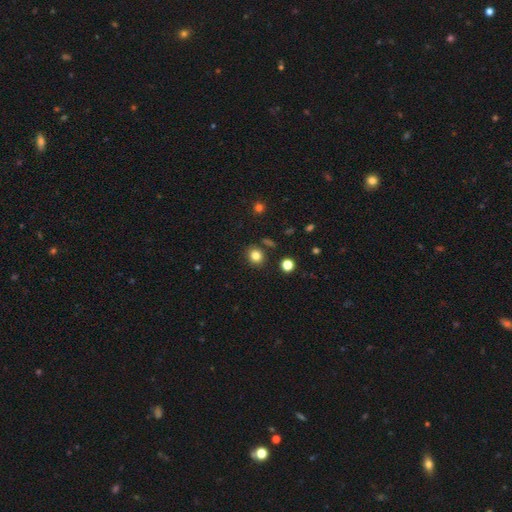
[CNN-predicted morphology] smooth 82%, star or artifact 12%, featured or disk 6%. Down the decision tree: how rounded — round (72%); merging — none (85%).